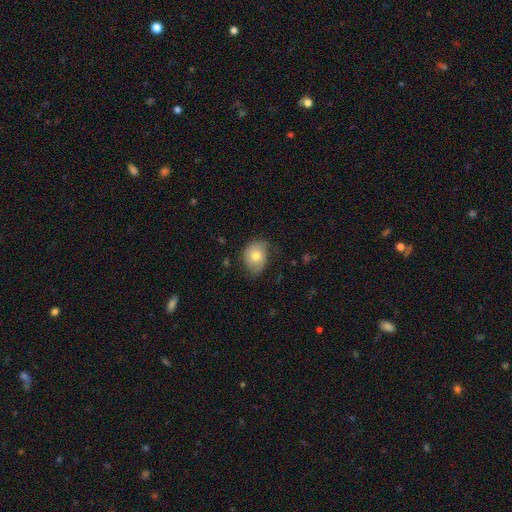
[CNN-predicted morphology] smooth_or_featured: smooth (p=0.70) [alt: featured or disk p=0.22]
how_rounded: in between (p=0.58) [alt: round p=0.42]
merging: none (p=0.55) [alt: minor disturbance p=0.34]